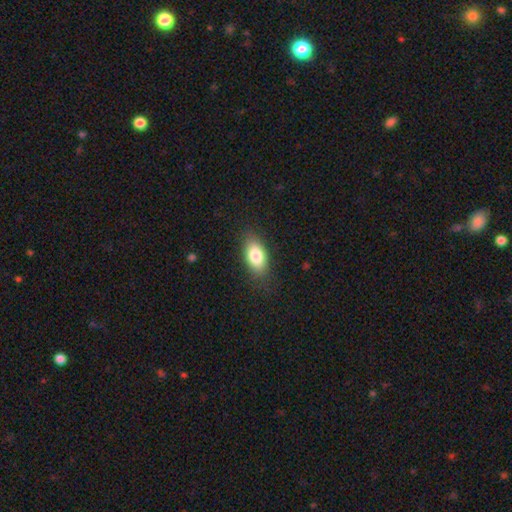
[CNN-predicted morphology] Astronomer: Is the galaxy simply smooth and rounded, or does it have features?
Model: smooth — 83%.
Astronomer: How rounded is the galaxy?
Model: in between — 90%.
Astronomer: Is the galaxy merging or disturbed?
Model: none — 83%.